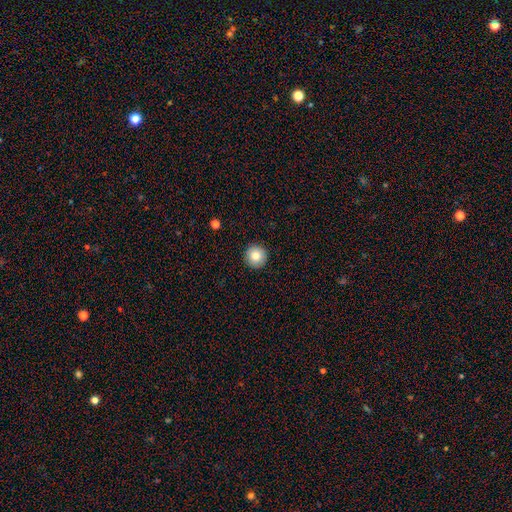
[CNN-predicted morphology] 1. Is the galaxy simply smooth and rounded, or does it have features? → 83% smooth, 9% star or artifact, 8% featured or disk.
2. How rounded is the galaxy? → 96% round, 3% in between, 1% cigar-shaped.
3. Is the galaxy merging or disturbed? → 92% none, 5% minor disturbance, 2% major disturbance, 1% merger.